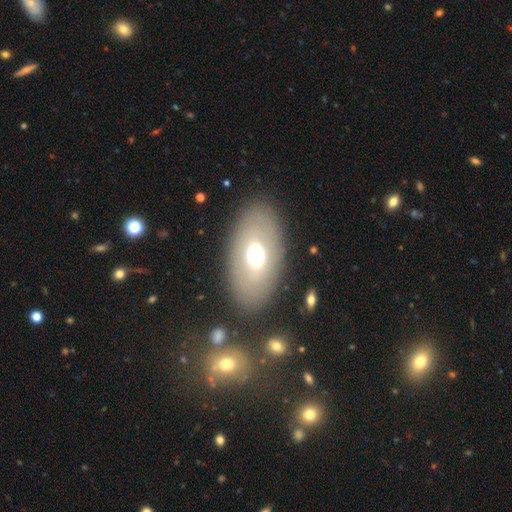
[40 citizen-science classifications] Smooth or featured? 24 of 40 (60%) said smooth. How rounded? 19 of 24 (79%) said in between. Merging? 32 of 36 (89%) said none.